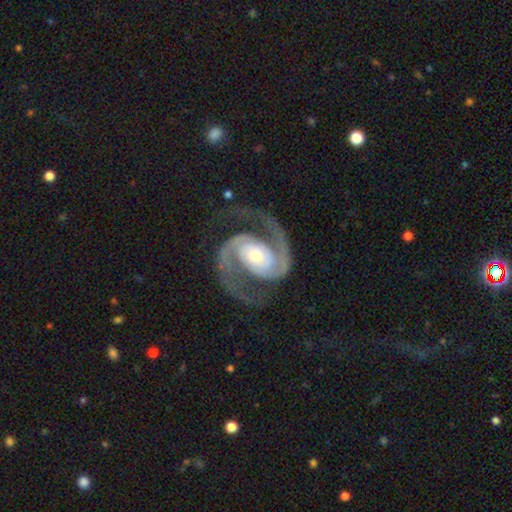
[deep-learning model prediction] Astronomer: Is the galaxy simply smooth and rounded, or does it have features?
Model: featured or disk — 94%.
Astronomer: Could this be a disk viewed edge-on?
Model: no — 98%.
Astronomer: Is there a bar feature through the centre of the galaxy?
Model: no — 59%.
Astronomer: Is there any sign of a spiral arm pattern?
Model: yes — 99%.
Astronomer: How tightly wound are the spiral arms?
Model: medium — 60%.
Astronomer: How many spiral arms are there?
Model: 2 — 95%.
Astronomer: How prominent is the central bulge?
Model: moderate — 51% (runner-up: small, 37%).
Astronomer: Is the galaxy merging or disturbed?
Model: none — 79%.